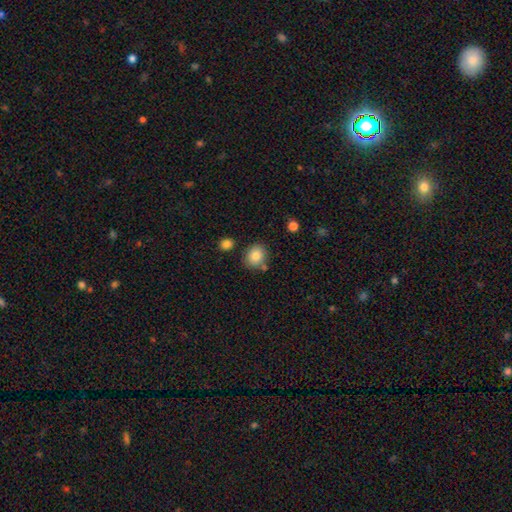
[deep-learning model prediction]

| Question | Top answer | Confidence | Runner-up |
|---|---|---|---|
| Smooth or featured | smooth | 83% | star or artifact (9%) |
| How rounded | round | 65% | in between (34%) |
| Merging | none | 77% | minor disturbance (12%) |